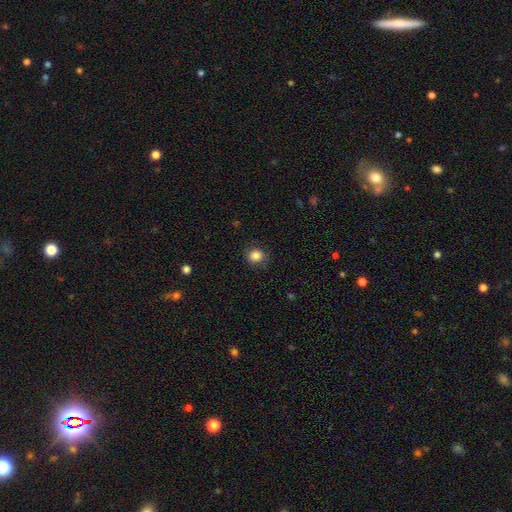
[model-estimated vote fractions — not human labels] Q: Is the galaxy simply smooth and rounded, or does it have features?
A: smooth — 86%.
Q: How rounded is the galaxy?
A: round — 76%.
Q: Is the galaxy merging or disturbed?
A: none — 83%.